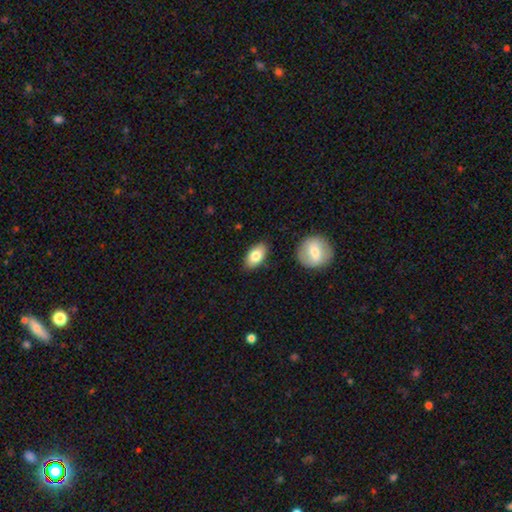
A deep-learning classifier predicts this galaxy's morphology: Smooth or featured: smooth — 80% (featured or disk — 13%)
How rounded: in between — 91% (round — 6%)
Merging: none — 85% (minor disturbance — 10%)